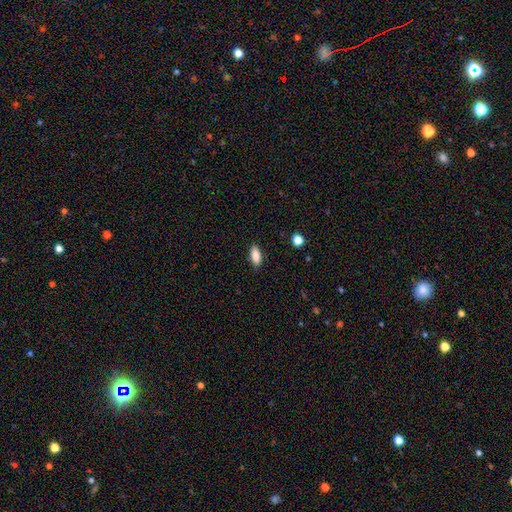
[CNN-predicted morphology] smooth_or_featured: smooth (p=0.88) [alt: star or artifact p=0.07]
how_rounded: in between (p=0.82) [alt: cigar-shaped p=0.15]
merging: none (p=0.87) [alt: minor disturbance p=0.09]